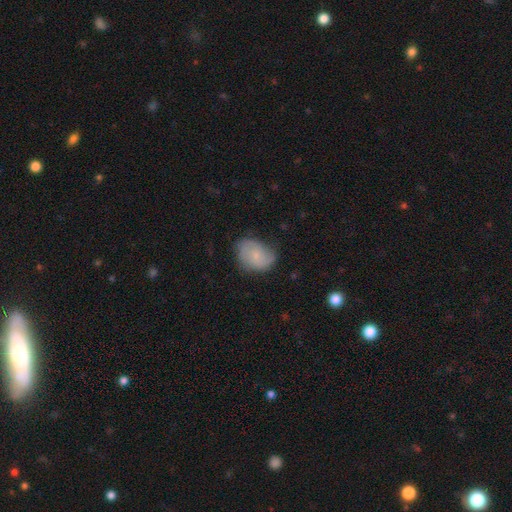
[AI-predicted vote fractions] Smooth or featured? Predicted: smooth (p=0.57). How rounded? Predicted: in between (p=0.65). Merging? Predicted: none (p=0.63).